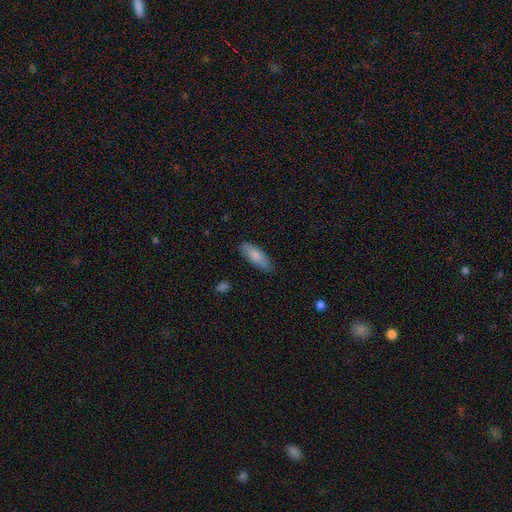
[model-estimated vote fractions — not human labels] smooth_or_featured: smooth (p=0.82) [alt: featured or disk p=0.12]
how_rounded: in between (p=0.60) [alt: cigar-shaped p=0.38]
merging: none (p=0.85) [alt: minor disturbance p=0.12]